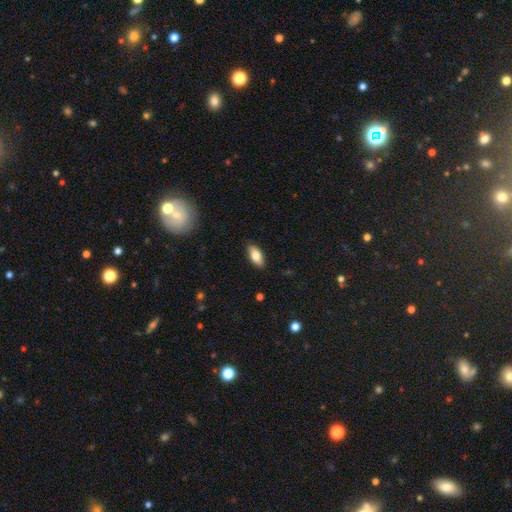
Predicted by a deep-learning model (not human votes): Overall: smooth (79%). How rounded: in between (87%). Merging: none (87%).